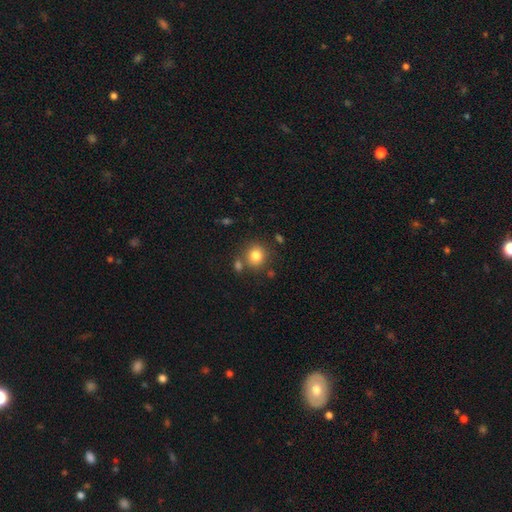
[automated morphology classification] This appears to be a smooth galaxy with no disk features (82%) that is round (85%). Merging: none (74%).